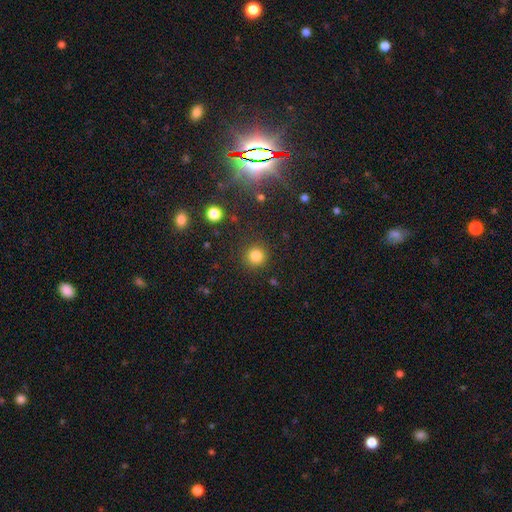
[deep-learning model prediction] Morphology: type=smooth (82%); roundness=round (94%); merging=none (90%).